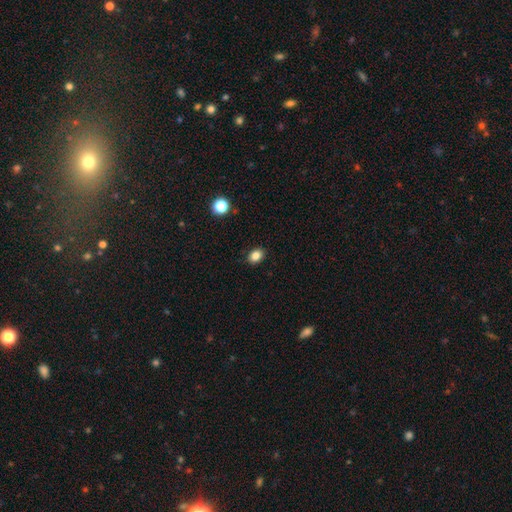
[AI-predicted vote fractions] A smooth galaxy with no disk features (84%) that is in between round and cigar-shaped (62%).

Vote fractions:
- Smooth or featured? smooth: 84% / star or artifact: 11% / featured or disk: 5%
- How rounded? in between: 62% / round: 38% / cigar-shaped: 1%
- Merging? none: 89% / minor disturbance: 8% / major disturbance: 2% / merger: 1%